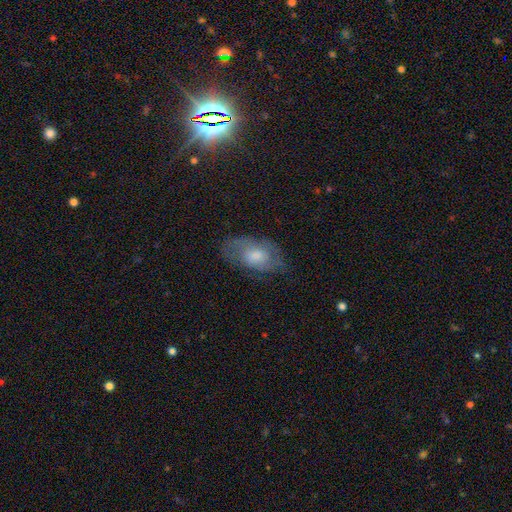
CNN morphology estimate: Smooth or featured?
  - smooth: 48% *
  - featured or disk: 43%
  - star or artifact: 9%
Merging?
  - none: 64% *
  - minor disturbance: 24%
  - major disturbance: 11%
  - merger: 1%